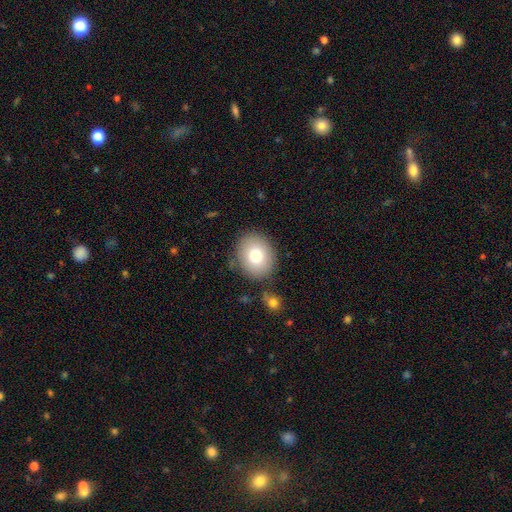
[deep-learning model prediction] Smooth or featured: smooth — 78% (featured or disk — 13%)
How rounded: round — 61% (in between — 38%)
Merging: none — 82% (minor disturbance — 11%)